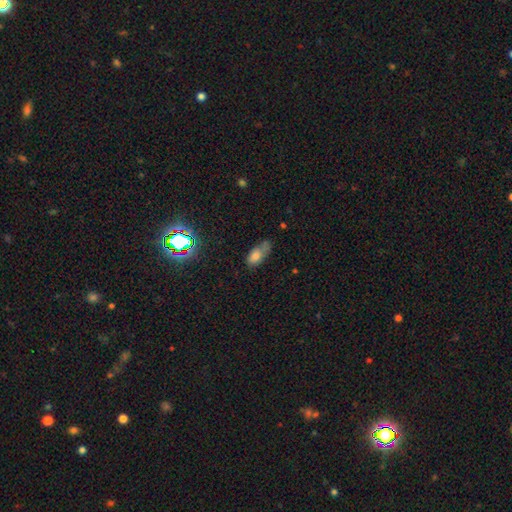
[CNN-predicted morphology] Smooth or featured? Predicted: smooth (p=0.73). How rounded? Predicted: in between (p=0.86). Merging? Predicted: none (p=0.41).